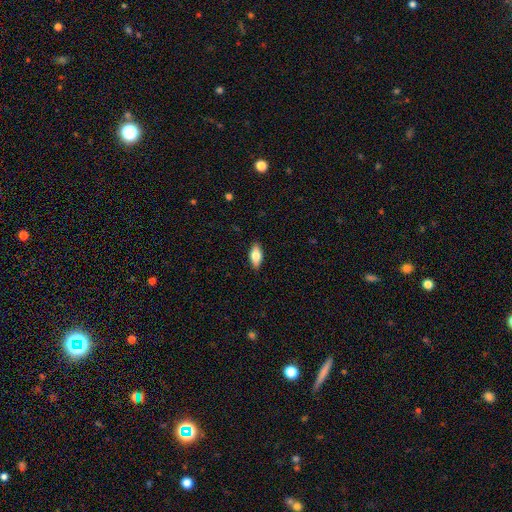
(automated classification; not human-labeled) This is likely a smooth galaxy (71%). How rounded: clearly in between (83%). Merging: clearly none (87%).